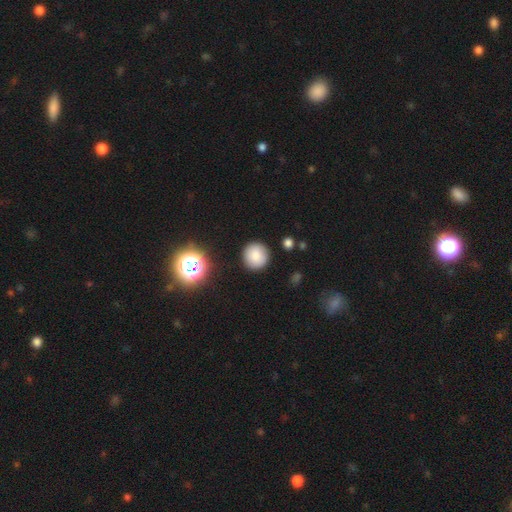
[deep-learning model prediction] Q: Smooth or featured?
A: smooth (82%); runner-up: star or artifact (12%)
Q: How rounded?
A: round (93%); runner-up: in between (6%)
Q: Merging?
A: none (89%); runner-up: minor disturbance (7%)